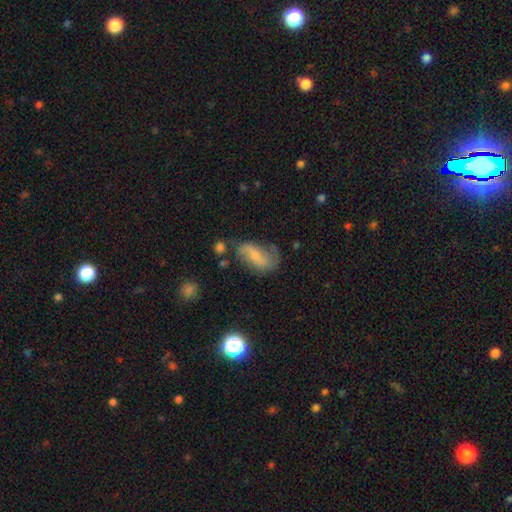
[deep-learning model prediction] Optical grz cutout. It shows a featured or disk galaxy (50%). Merging: none (53%).